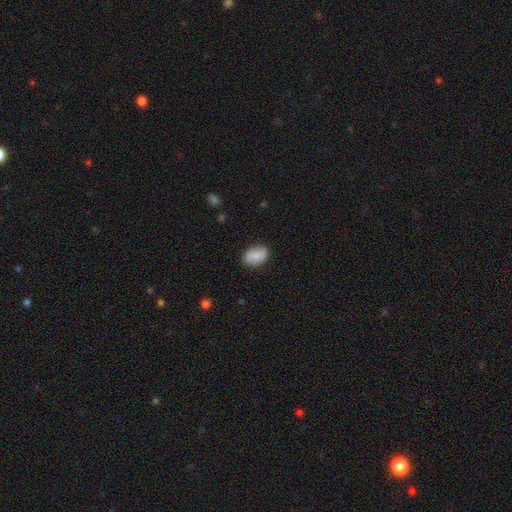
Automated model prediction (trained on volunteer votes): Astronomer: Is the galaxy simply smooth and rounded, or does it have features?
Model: smooth — 75%.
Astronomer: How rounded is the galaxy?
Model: in between — 84%.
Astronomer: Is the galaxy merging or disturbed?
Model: none — 83%.